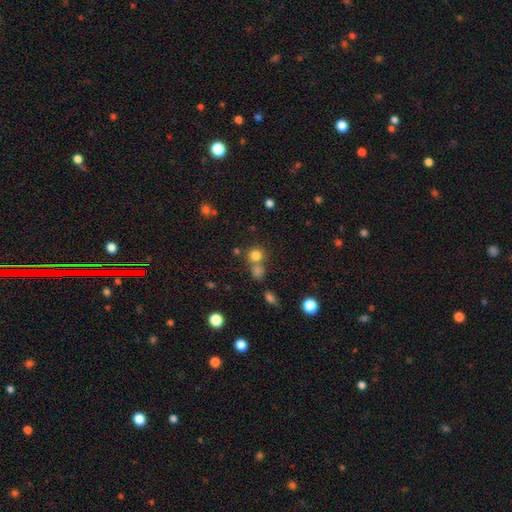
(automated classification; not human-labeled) smooth 78%, star or artifact 16%, featured or disk 7%. Down the decision tree: how rounded — round (87%); merging — none (59%).